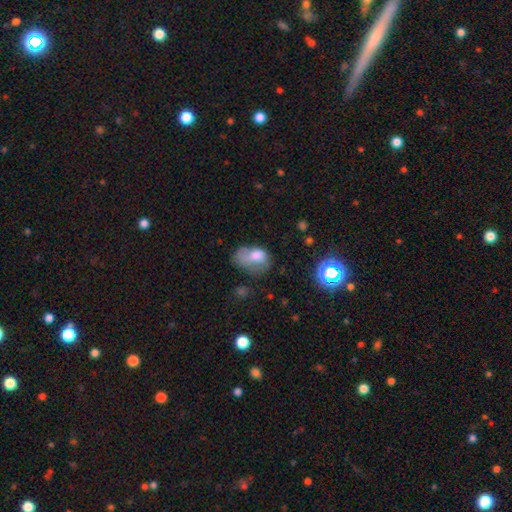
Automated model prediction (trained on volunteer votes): Smooth or featured? smooth (67%)
How rounded? in between (82%)
Merging? major disturbance (37%)